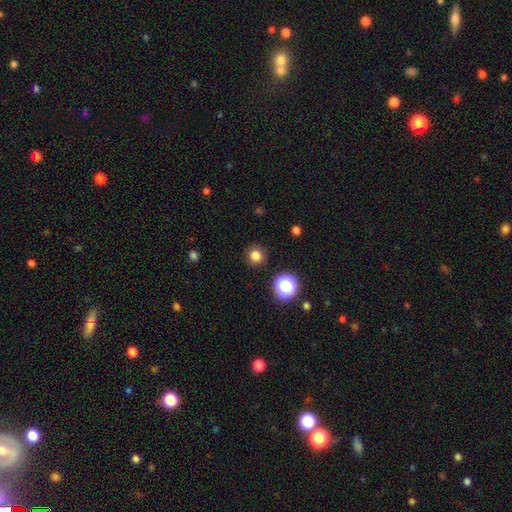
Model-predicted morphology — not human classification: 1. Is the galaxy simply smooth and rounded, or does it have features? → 80% smooth, 15% star or artifact, 5% featured or disk.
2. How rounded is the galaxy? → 95% round, 4% in between, 1% cigar-shaped.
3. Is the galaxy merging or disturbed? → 91% none, 6% minor disturbance, 2% major disturbance, 1% merger.